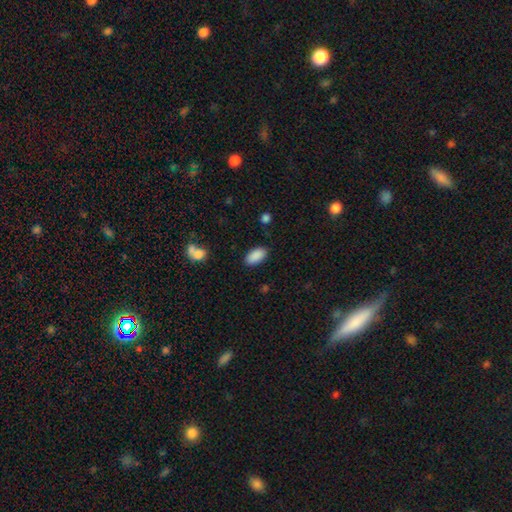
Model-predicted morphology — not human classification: smooth_or_featured: smooth (p=0.89) [alt: star or artifact p=0.07]
how_rounded: in between (p=0.94) [alt: cigar-shaped p=0.03]
merging: none (p=0.86) [alt: minor disturbance p=0.10]